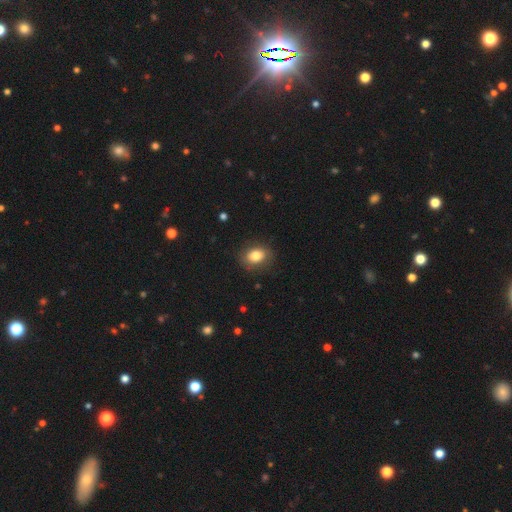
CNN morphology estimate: Smooth or featured? smooth (81%)
How rounded? in between (58%)
Merging? none (83%)